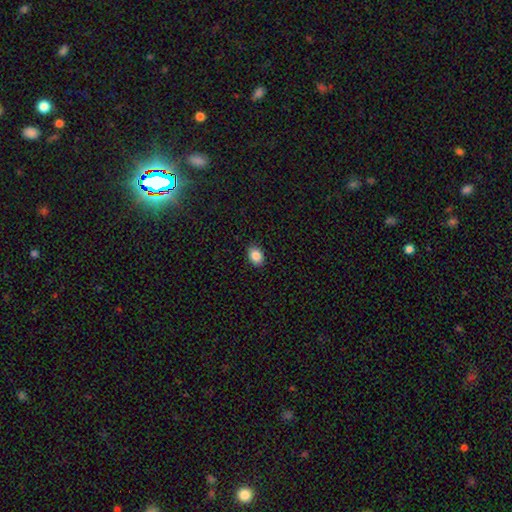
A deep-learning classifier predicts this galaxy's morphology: Smooth or featured: smooth — 87% (star or artifact — 9%)
How rounded: in between — 72% (round — 27%)
Merging: none — 90% (minor disturbance — 8%)